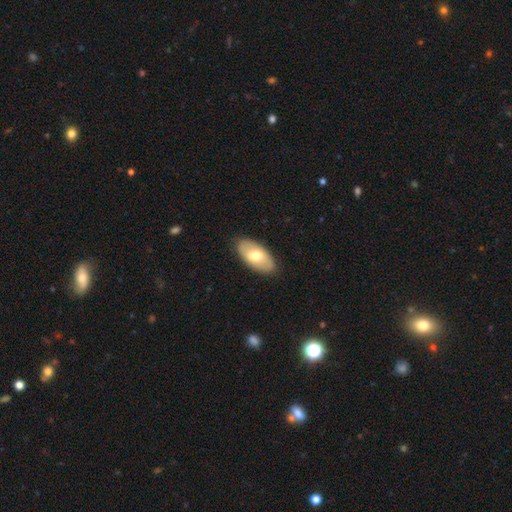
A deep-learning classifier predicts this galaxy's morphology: Smooth or featured? Predicted: smooth (p=0.62). How rounded? Predicted: in between (p=0.94). Merging? Predicted: none (p=0.87).